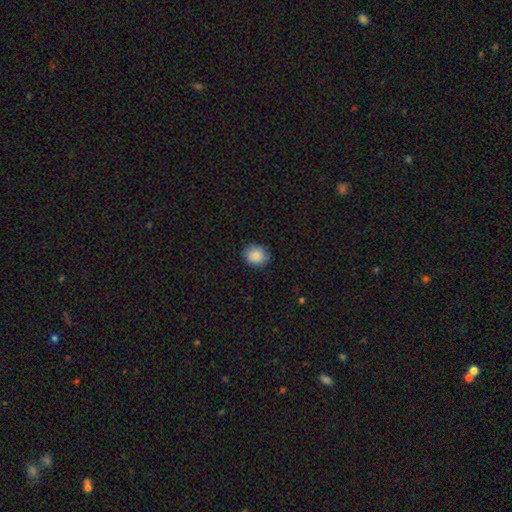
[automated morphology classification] smooth 88%, star or artifact 8%, featured or disk 4%. Down the decision tree: how rounded — round (71%); merging — none (87%).